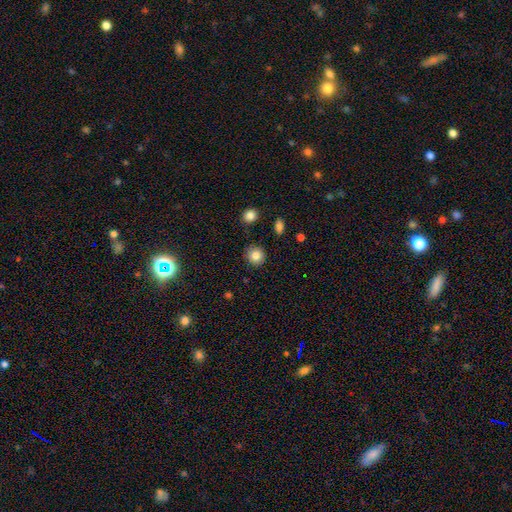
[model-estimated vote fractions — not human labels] Overall: smooth (84%). How rounded: round (90%). Merging: none (87%).